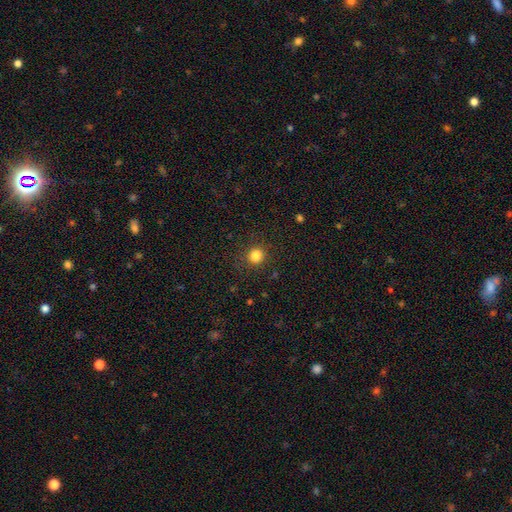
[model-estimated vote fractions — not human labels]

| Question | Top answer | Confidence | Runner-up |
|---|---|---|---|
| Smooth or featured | smooth | 83% | star or artifact (13%) |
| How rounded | round | 92% | in between (7%) |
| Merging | none | 89% | minor disturbance (7%) |